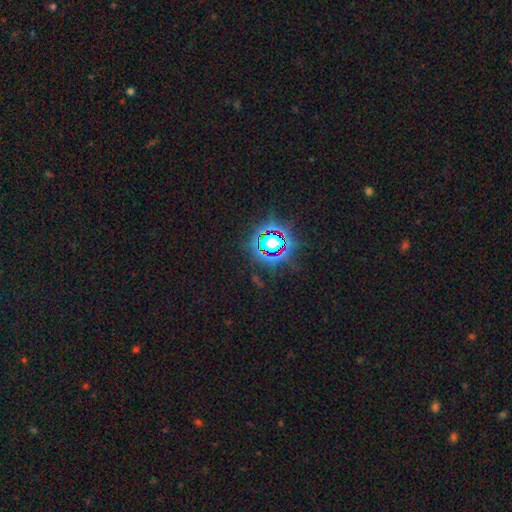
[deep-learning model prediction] star or artifact 82%, smooth 11%, featured or disk 6%.